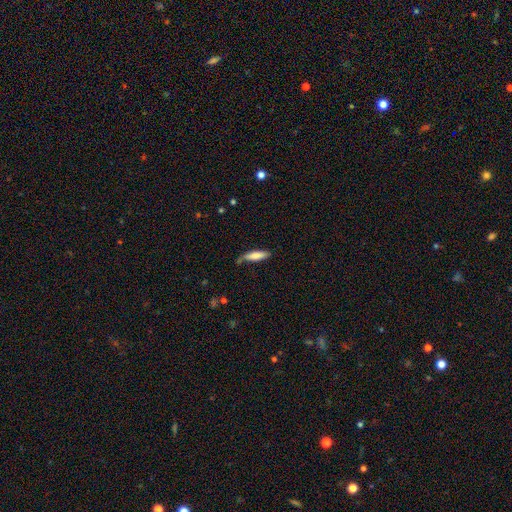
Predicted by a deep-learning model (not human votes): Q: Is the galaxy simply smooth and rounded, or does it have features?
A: smooth — 75%.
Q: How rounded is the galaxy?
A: cigar-shaped — 69%.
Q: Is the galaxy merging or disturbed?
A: none — 62%.